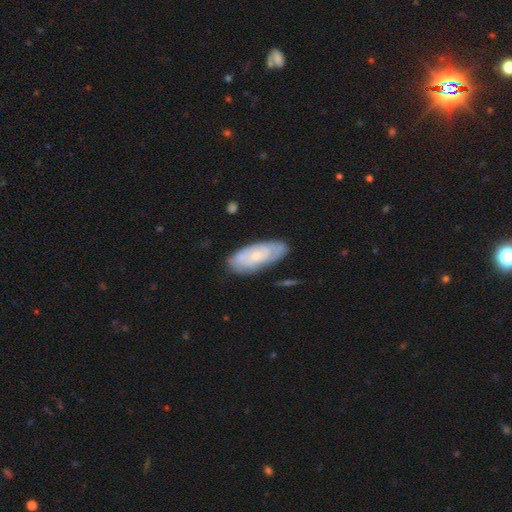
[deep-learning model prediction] Morphology: type=featured or disk (52%); edge-on=no (88%); merging=none (77%).